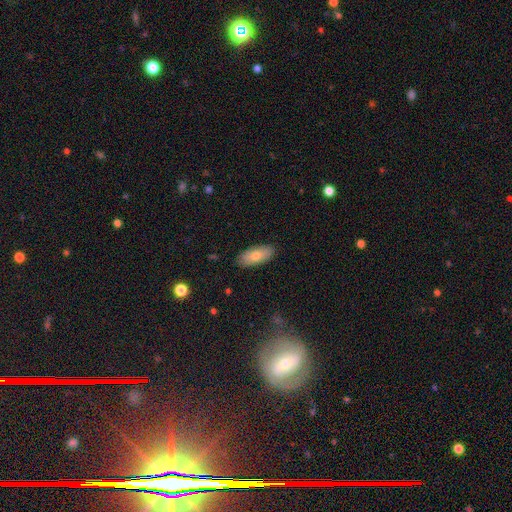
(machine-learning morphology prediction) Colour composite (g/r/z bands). It shows a smooth galaxy with no disk features (72%) that is in between round and cigar-shaped (85%). Merging: none (88%).